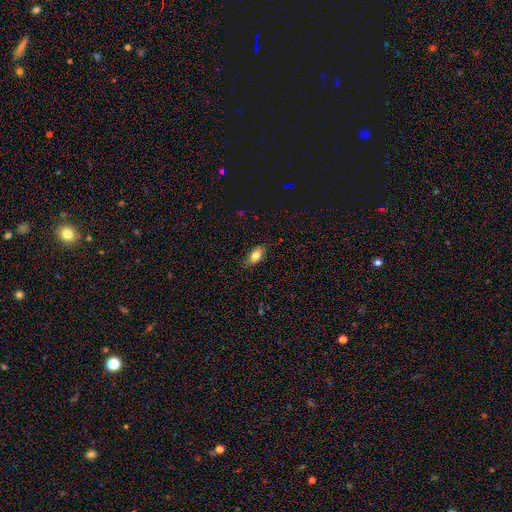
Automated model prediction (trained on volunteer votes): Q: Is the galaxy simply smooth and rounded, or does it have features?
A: smooth — 79%.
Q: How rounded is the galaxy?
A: in between — 86%.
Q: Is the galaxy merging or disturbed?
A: none — 81%.